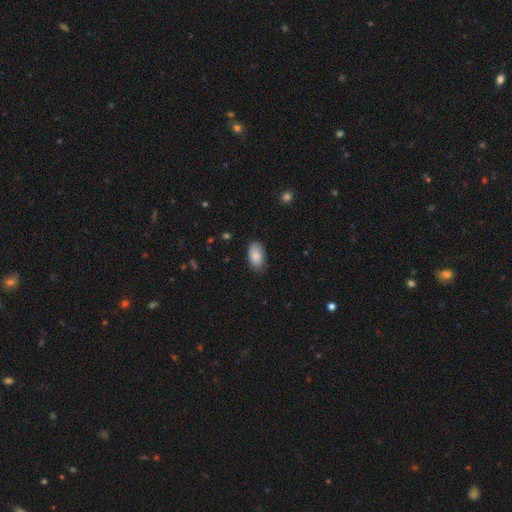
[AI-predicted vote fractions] This is clearly a smooth galaxy (88%). How rounded: clearly in between (94%). Merging: clearly none (82%).